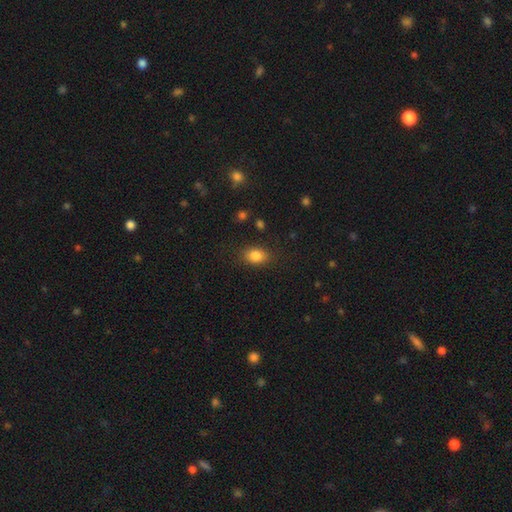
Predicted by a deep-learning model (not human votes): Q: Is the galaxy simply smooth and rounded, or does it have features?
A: smooth — 84%.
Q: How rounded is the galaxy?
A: in between — 73%.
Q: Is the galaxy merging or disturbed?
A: none — 83%.